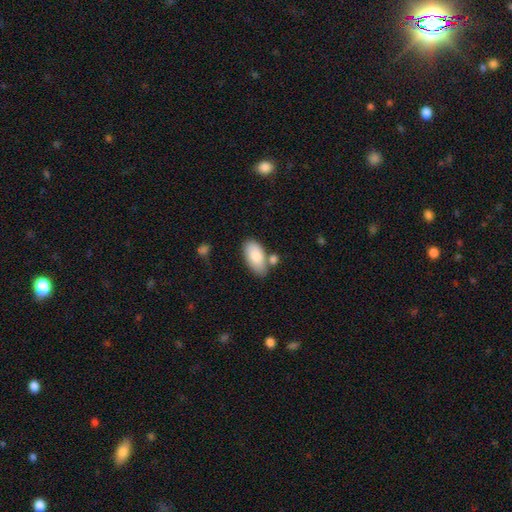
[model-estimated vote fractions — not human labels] smooth 81%, featured or disk 13%, star or artifact 6%. Down the decision tree: how rounded — in between (94%); merging — none (62%).